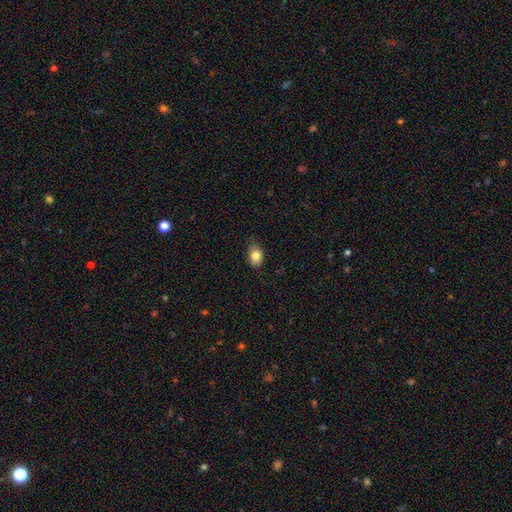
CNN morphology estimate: Smooth or featured? smooth (83%)
How rounded? in between (75%)
Merging? none (77%)